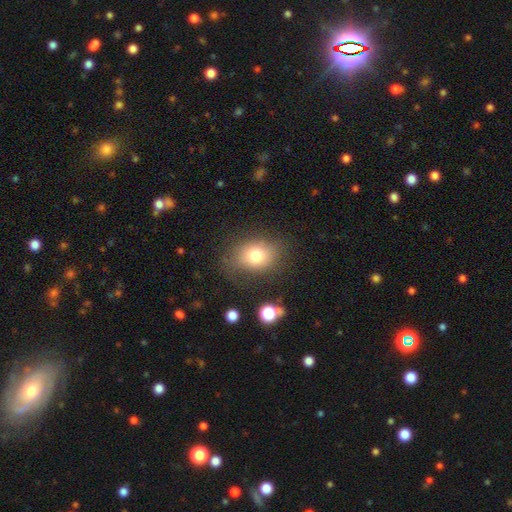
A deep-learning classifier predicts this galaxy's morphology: A smooth galaxy with no disk features (76%) that is in between round and cigar-shaped (61%).

Vote fractions:
- Smooth or featured? smooth: 76% / featured or disk: 12% / star or artifact: 12%
- How rounded? in between: 61% / round: 38% / cigar-shaped: 1%
- Merging? none: 71% / minor disturbance: 19% / major disturbance: 8% / merger: 2%